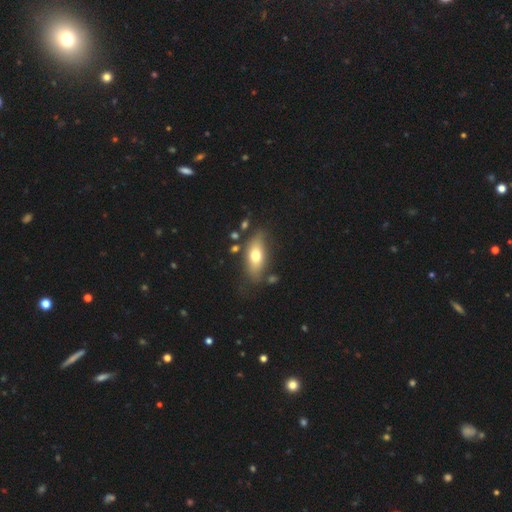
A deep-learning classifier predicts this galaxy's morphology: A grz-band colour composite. It shows a smooth galaxy with no disk features (66%) that is in between round and cigar-shaped (82%). Merging: none (72%).